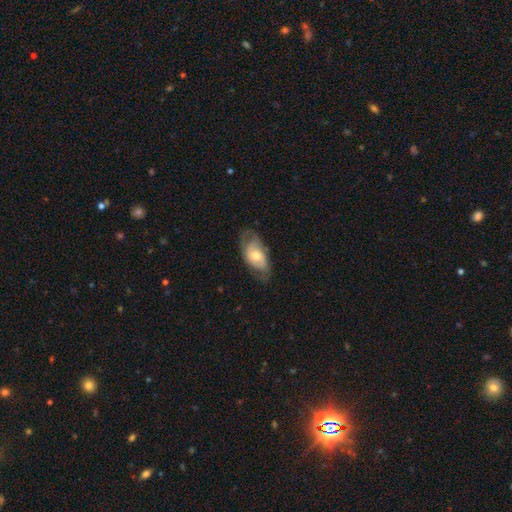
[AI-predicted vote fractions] Smooth or featured?
  - featured or disk: 50% *
  - smooth: 44%
  - star or artifact: 6%
Merging?
  - none: 62% *
  - minor disturbance: 25%
  - major disturbance: 12%
  - merger: 1%